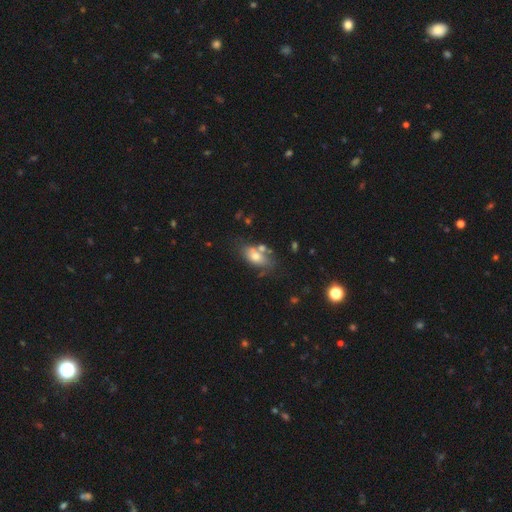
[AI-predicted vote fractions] Overall: smooth (67%). How rounded: in between (87%). Merging: none (52%; merger 20%).